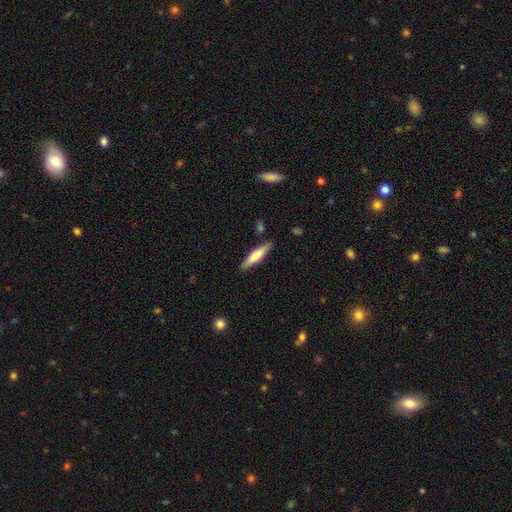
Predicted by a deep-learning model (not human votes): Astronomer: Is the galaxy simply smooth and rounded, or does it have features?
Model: smooth — 64%.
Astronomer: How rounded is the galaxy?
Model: cigar-shaped — 81%.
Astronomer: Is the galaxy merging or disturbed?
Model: none — 86%.